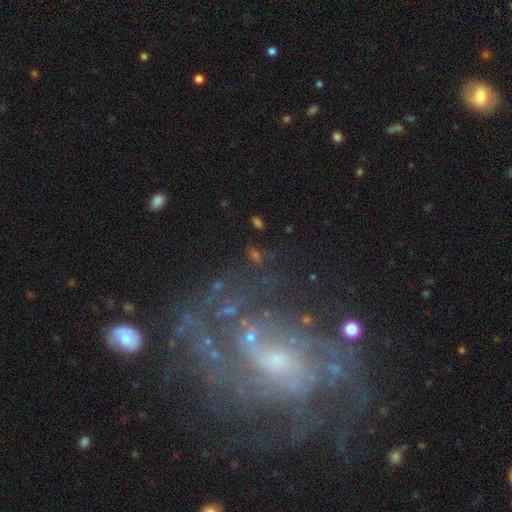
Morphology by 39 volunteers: Q: Smooth or featured?
A: featured or disk (64%); runner-up: smooth (26%)
Q: Edge-on disk?
A: no (100%)
Q: Bar?
A: weak (48%); runner-up: no (44%)
Q: Spiral arms?
A: yes (84%); runner-up: no (16%)
Q: Spiral winding?
A: medium (43%); runner-up: tight (33%)
Q: Spiral arm count?
A: 2 (38%); runner-up: 4 (29%)
Q: Bulge size?
A: small (72%); runner-up: moderate (16%)
Q: Merging?
A: none (54%); runner-up: minor disturbance (31%)